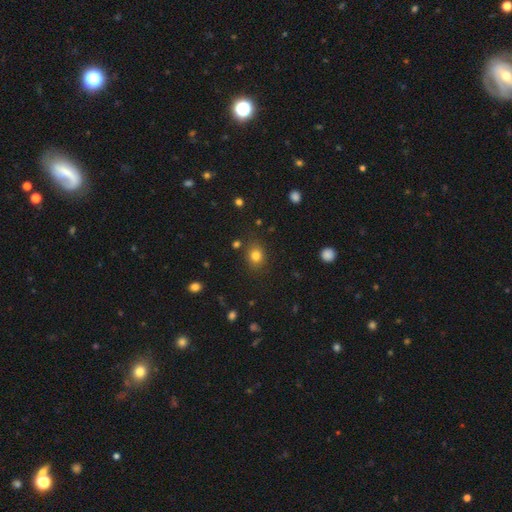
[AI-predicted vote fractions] Smooth or featured: smooth — 81% (star or artifact — 13%)
How rounded: round — 64% (in between — 35%)
Merging: none — 83% (minor disturbance — 11%)